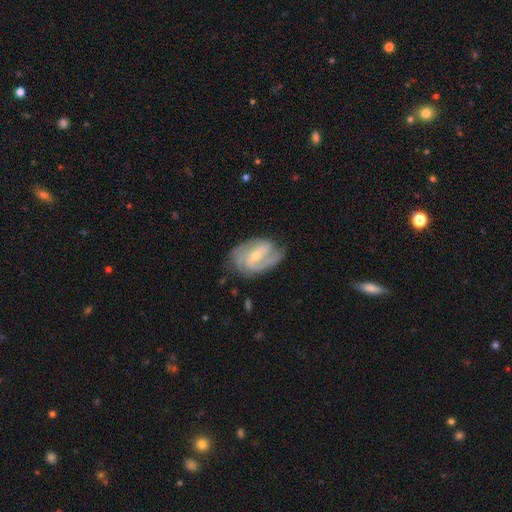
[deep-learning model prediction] A featured or disk galaxy (88%) with a weak bar (45%), 2 (41%) tight (52%) spiral arms (97%) and a small central bulge (54%).

Vote fractions:
- Smooth or featured? featured or disk: 88% / smooth: 7% / star or artifact: 5%
- Edge-on disk? no: 97% / yes: 3%
- Bar? weak: 45% / strong: 29% / no: 26%
- Spiral arms? yes: 97% / no: 3%
- Spiral winding? tight: 52% / medium: 39% / loose: 9%
- Spiral arm count? 2: 41% / 3: 31% / can't tell: 15% / 4: 6% / 1: 4% / more than 4: 4%
- Bulge size? small: 54% / moderate: 43% / large: 1% / none: 1% / dominant: 1%
- Merging? none: 73% / minor disturbance: 19% / major disturbance: 6% / merger: 1%